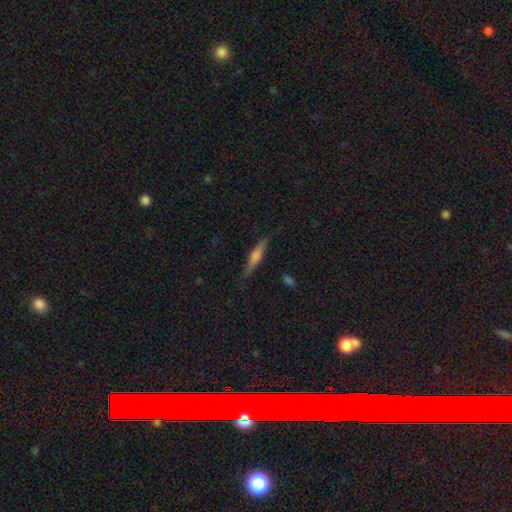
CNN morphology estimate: Smooth or featured: featured or disk — 65% (smooth — 27%)
Edge-on disk: yes — 97% (no — 3%)
Edge-on bulge: rounded — 73% (boxy — 19%)
Merging: none — 86% (minor disturbance — 11%)